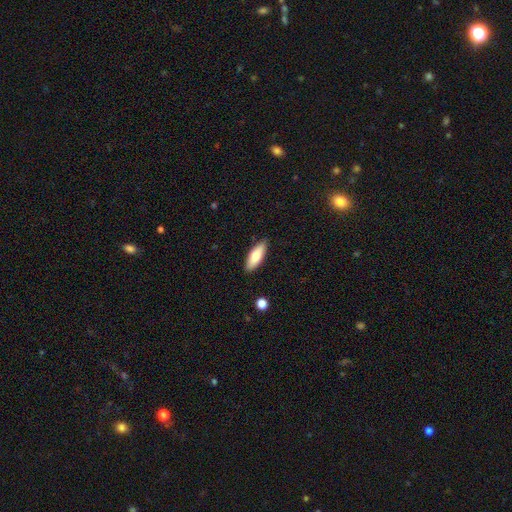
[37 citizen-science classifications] Smooth or featured? smooth (68%)
How rounded? in between (52%)
Merging? none (83%)